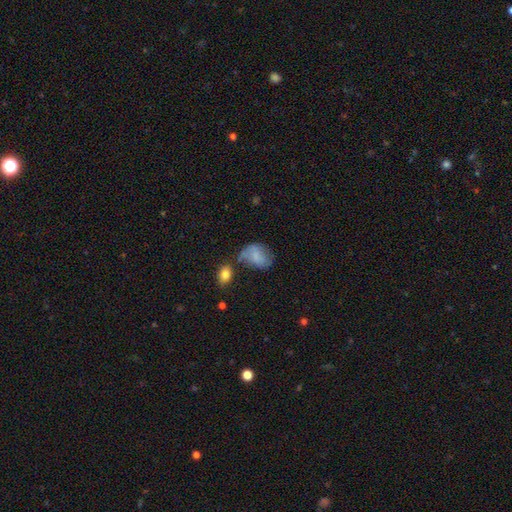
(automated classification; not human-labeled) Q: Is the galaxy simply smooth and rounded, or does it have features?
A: smooth — 71%.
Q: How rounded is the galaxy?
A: in between — 77%.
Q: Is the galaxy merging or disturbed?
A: none — 42%.